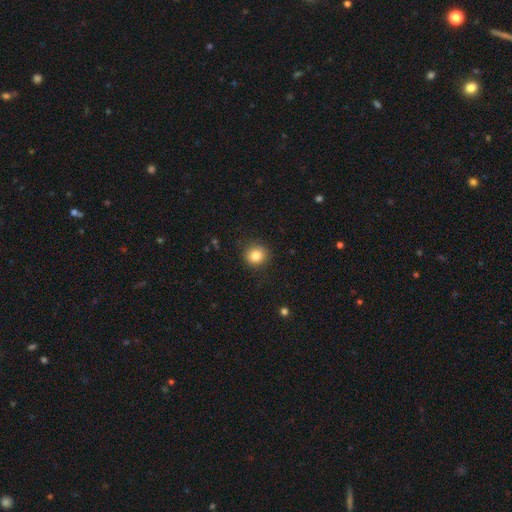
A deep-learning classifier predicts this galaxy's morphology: Smooth or featured? Predicted: smooth (p=0.84). How rounded? Predicted: round (p=0.89). Merging? Predicted: none (p=0.88).